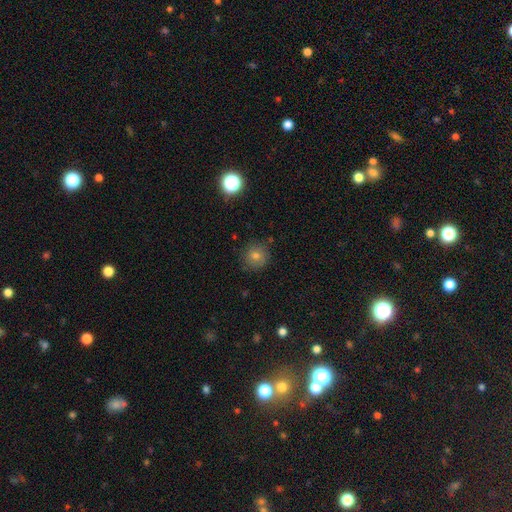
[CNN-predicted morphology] Smooth or featured?
  - smooth: 69% *
  - star or artifact: 19%
  - featured or disk: 12%
How rounded?
  - round: 93% *
  - in between: 6%
  - cigar-shaped: 1%
Merging?
  - none: 86% *
  - minor disturbance: 10%
  - major disturbance: 3%
  - merger: 2%